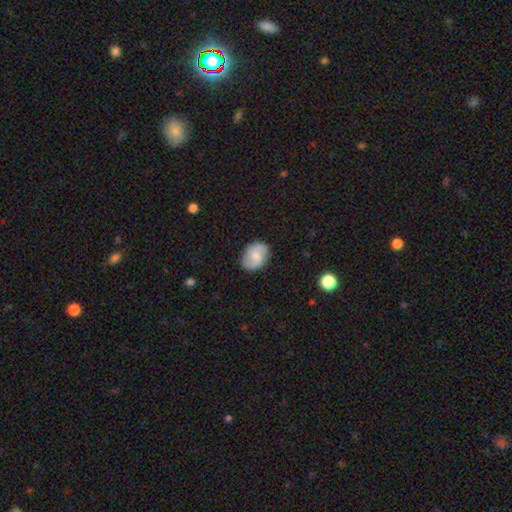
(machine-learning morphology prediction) Smooth or featured? Predicted: featured or disk (p=0.53). Edge-on disk? Predicted: no (p=0.97). Bar? Predicted: no (p=0.52). Spiral arms? Predicted: yes (p=0.89). Bulge size? Predicted: moderate (p=0.46). Merging? Predicted: none (p=0.82).